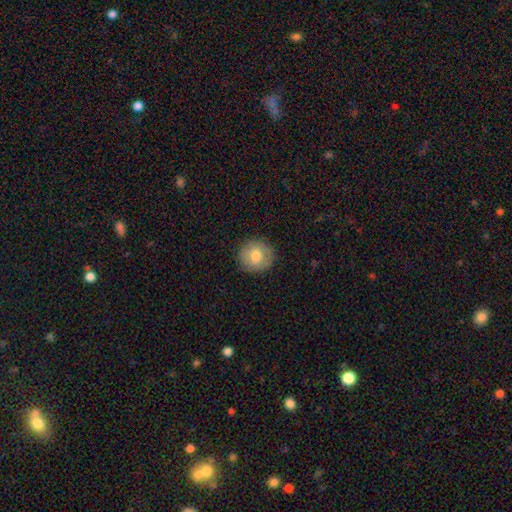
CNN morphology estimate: smooth_or_featured: smooth (p=0.74) [alt: featured or disk p=0.18]
how_rounded: round (p=0.90) [alt: in between p=0.09]
merging: none (p=0.88) [alt: minor disturbance p=0.09]